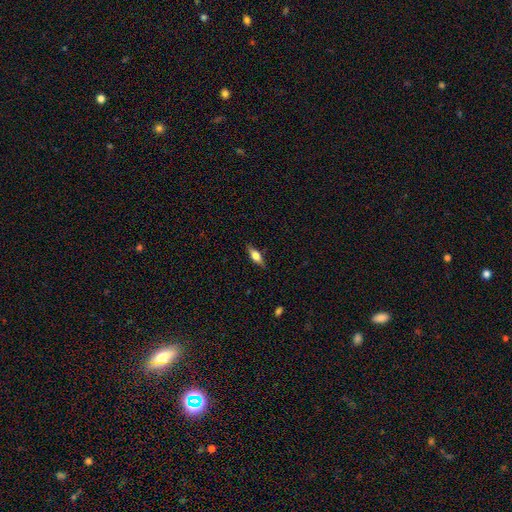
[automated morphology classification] type=smooth (47%); merging=none (85%).